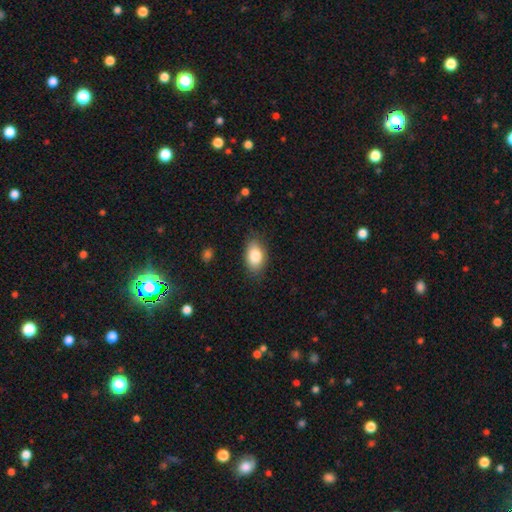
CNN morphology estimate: Q: Smooth or featured?
A: smooth (83%); runner-up: featured or disk (9%)
Q: How rounded?
A: in between (90%); runner-up: round (8%)
Q: Merging?
A: none (82%); runner-up: minor disturbance (14%)